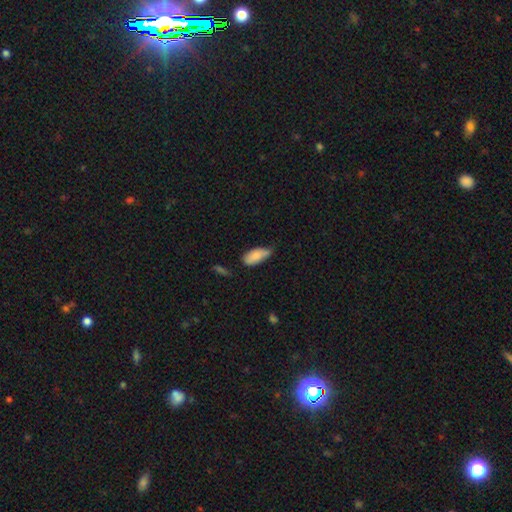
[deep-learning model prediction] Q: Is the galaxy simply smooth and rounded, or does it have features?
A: smooth — 83%.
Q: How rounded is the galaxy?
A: in between — 89%.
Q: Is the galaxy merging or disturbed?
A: none — 47%.